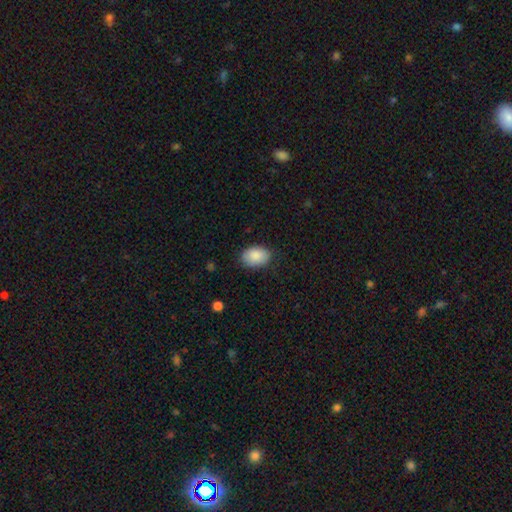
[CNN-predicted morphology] This appears to be a smooth galaxy with no disk features (88%) that is in between round and cigar-shaped (85%). Merging: none (82%).